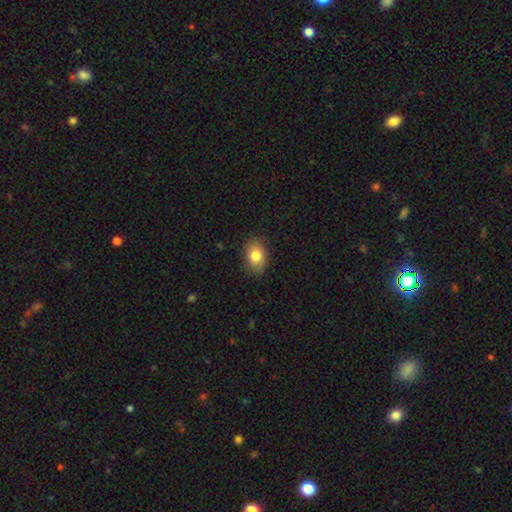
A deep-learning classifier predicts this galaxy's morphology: Smooth or featured? Predicted: smooth (p=0.82). How rounded? Predicted: in between (p=0.74). Merging? Predicted: none (p=0.84).